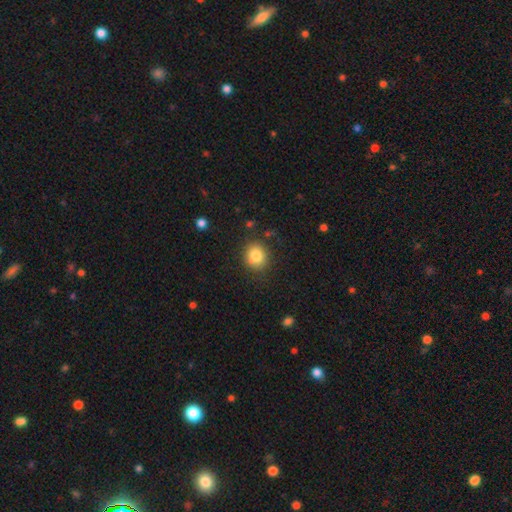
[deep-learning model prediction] Smooth or featured? Predicted: smooth (p=0.82). How rounded? Predicted: round (p=0.76). Merging? Predicted: none (p=0.84).